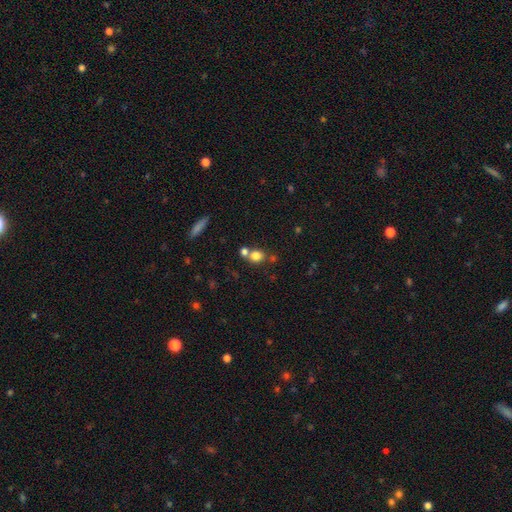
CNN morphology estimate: Smooth or featured: smooth — 79% (star or artifact — 13%)
How rounded: round — 74% (in between — 24%)
Merging: none — 53% (merger — 35%)